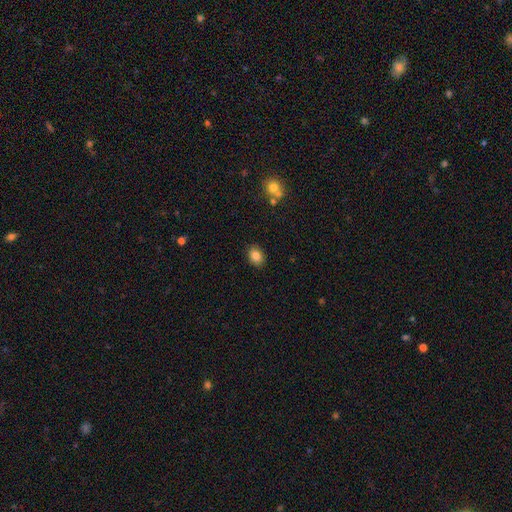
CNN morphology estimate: This is clearly a smooth galaxy (84%). How rounded: likely in between (65%). Merging: clearly none (87%).